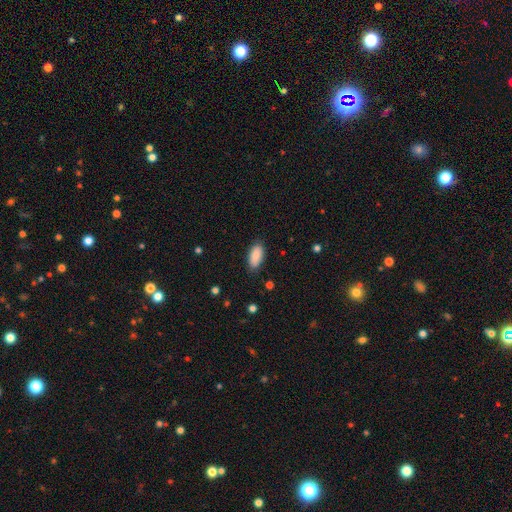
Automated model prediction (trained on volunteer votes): smooth 88%, star or artifact 7%, featured or disk 5%. Down the decision tree: how rounded — in between (90%); merging — none (86%).